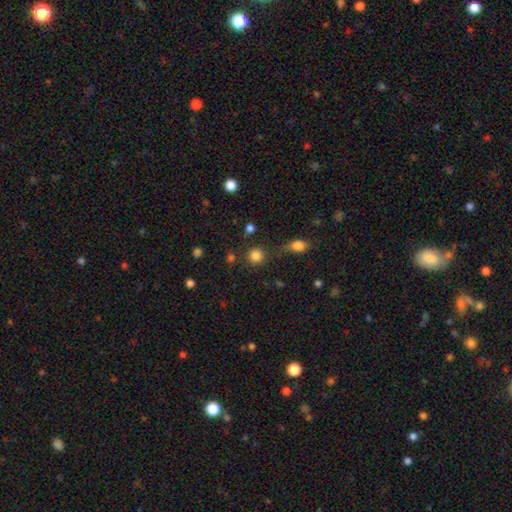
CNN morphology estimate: Smooth or featured?
  - smooth: 82% *
  - star or artifact: 13%
  - featured or disk: 5%
How rounded?
  - round: 92% *
  - in between: 7%
  - cigar-shaped: 1%
Merging?
  - none: 77% *
  - minor disturbance: 10%
  - merger: 9%
  - major disturbance: 4%